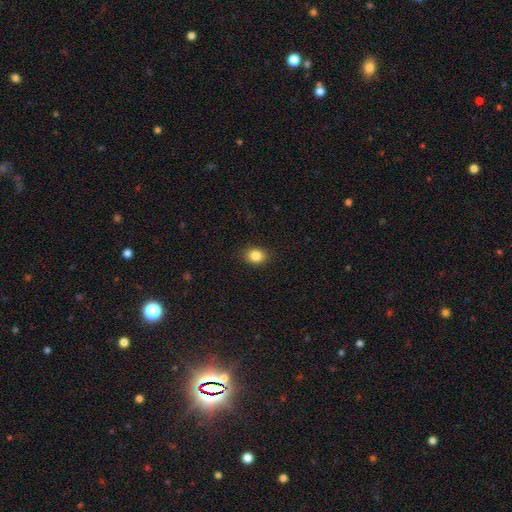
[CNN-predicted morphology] Smooth or featured? Predicted: smooth (p=0.86). How rounded? Predicted: round (p=0.51). Merging? Predicted: none (p=0.88).